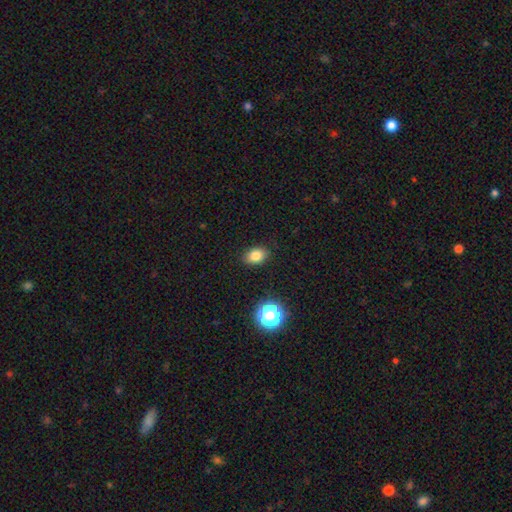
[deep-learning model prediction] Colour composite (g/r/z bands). It shows a smooth galaxy with no disk features (81%) that is in between round and cigar-shaped (71%). Merging: none (88%).